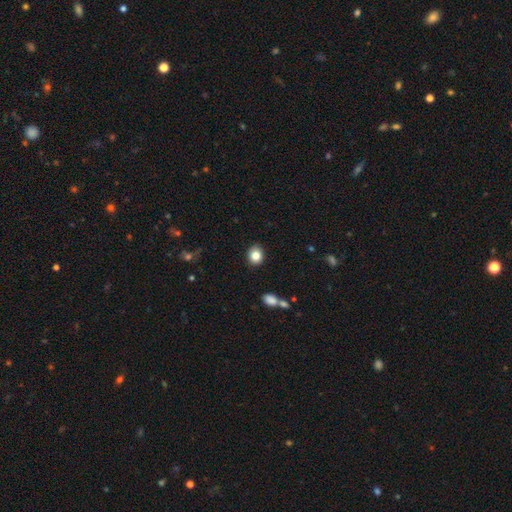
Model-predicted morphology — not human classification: Smooth or featured? Predicted: smooth (p=0.84). How rounded? Predicted: round (p=0.64). Merging? Predicted: none (p=0.88).